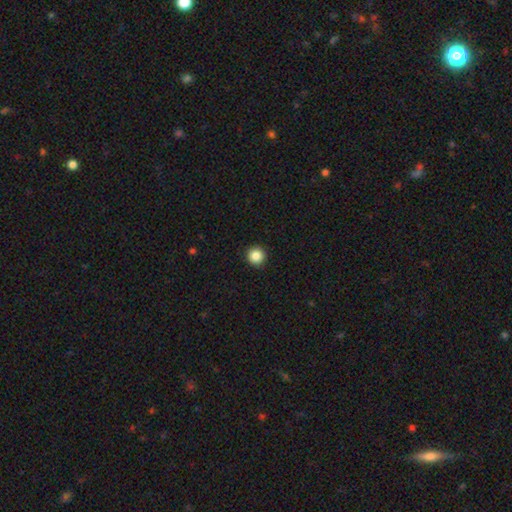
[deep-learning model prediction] A smooth galaxy with no disk features (86%) that is round (96%).

Vote fractions:
- Smooth or featured? smooth: 86% / star or artifact: 10% / featured or disk: 4%
- How rounded? round: 96% / in between: 3% / cigar-shaped: 1%
- Merging? none: 93% / minor disturbance: 4% / major disturbance: 1% / merger: 1%